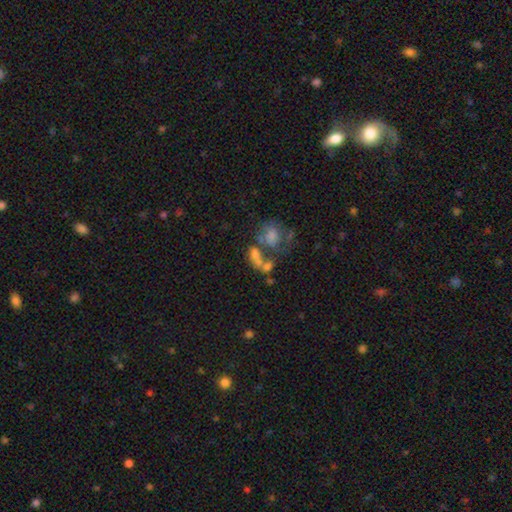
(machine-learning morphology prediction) Smooth or featured? smooth (50%)
Merging? merger (48%)